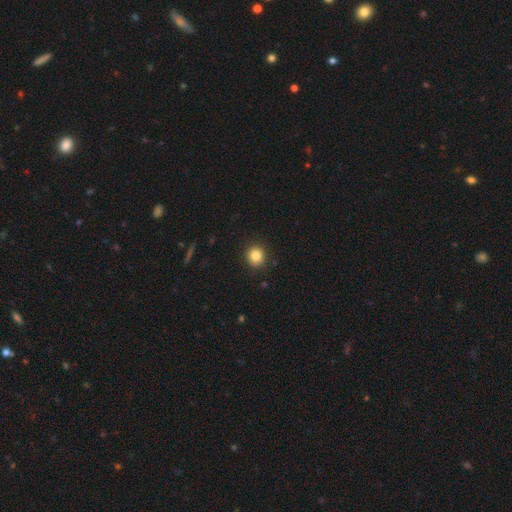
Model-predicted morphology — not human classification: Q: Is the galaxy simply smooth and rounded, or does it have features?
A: smooth — 83%.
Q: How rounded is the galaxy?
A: round — 87%.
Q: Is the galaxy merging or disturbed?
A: none — 89%.